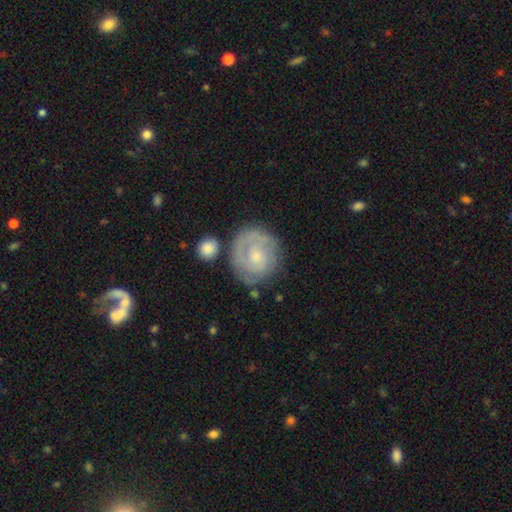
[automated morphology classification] smooth-or-featured: featured or disk: 74% | smooth: 20% | star or artifact: 6%
  disk-edge-on: no: 98% | yes: 2%
    bar: no: 69% | weak: 26% | strong: 4%
    has-spiral-arms: yes: 89% | no: 11%
      spiral-winding: tight: 72% | medium: 22% | loose: 6%
      spiral-arm-count: 2: 43% | can't tell: 28% | 1: 14% | 3: 9% | 4: 3% | more than 4: 3%
    bulge-size: small: 58% | moderate: 34% | none: 4% | large: 2% | dominant: 1%
  merging: none: 73% | minor disturbance: 17% | major disturbance: 6% | merger: 4%